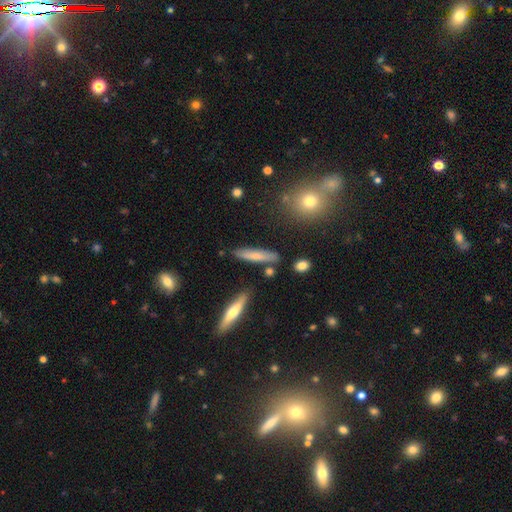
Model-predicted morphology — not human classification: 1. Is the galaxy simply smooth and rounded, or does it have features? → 66% smooth, 26% featured or disk, 7% star or artifact.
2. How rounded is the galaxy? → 83% cigar-shaped, 15% in between, 2% round.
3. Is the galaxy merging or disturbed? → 82% none, 11% minor disturbance, 5% merger, 2% major disturbance.